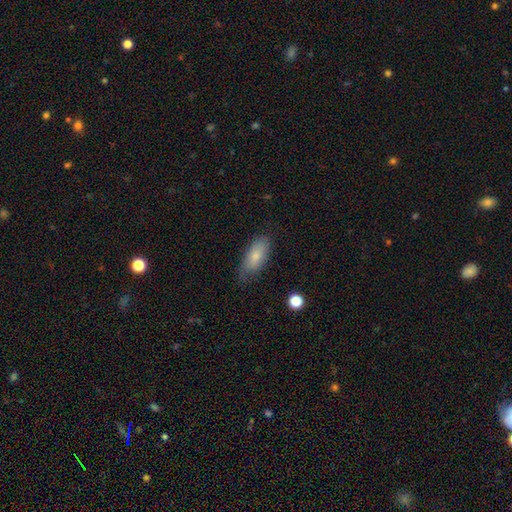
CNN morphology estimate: Overall: smooth (78%). How rounded: in between (85%). Merging: none (70%).